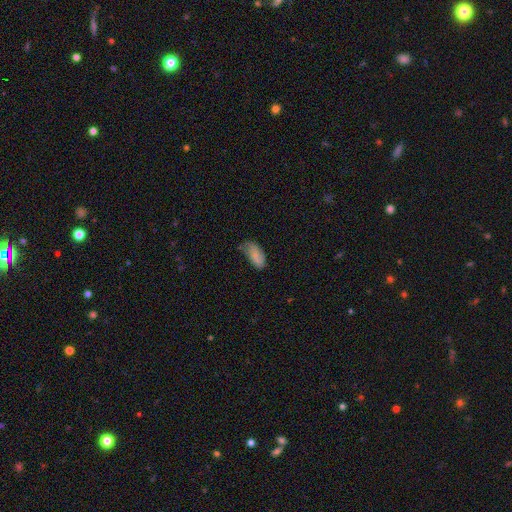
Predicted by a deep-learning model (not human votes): A smooth galaxy with no disk features (73%) that is in between round and cigar-shaped (91%). Merging: none (51%).